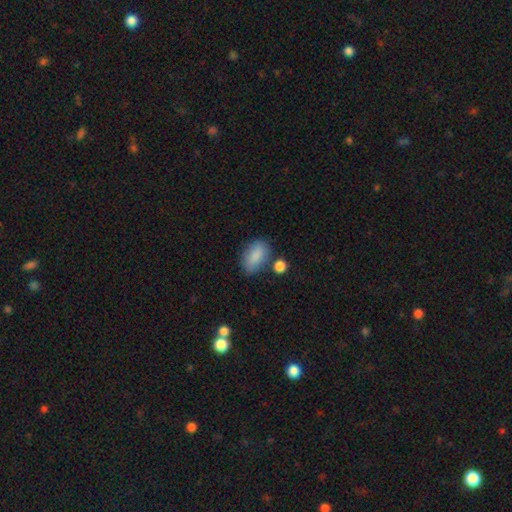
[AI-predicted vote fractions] A smooth galaxy with no disk features (86%) that is in between round and cigar-shaped (91%).

Vote fractions:
- Smooth or featured? smooth: 86% / featured or disk: 7% / star or artifact: 7%
- How rounded? in between: 91% / round: 6% / cigar-shaped: 2%
- Merging? none: 67% / minor disturbance: 19% / merger: 9% / major disturbance: 5%